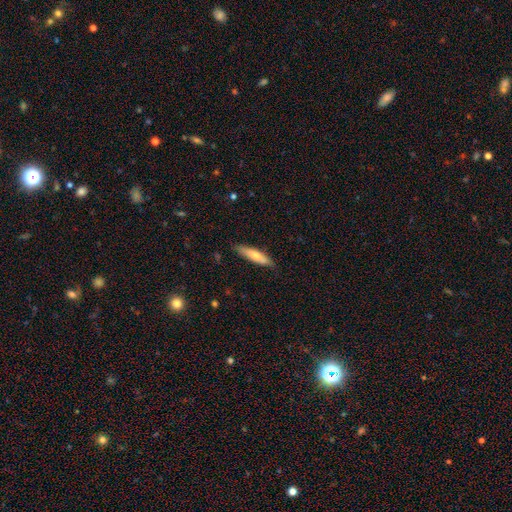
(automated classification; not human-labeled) smooth 68%, featured or disk 27%, star or artifact 6%. Down the decision tree: how rounded — cigar-shaped (76%); merging — none (84%).